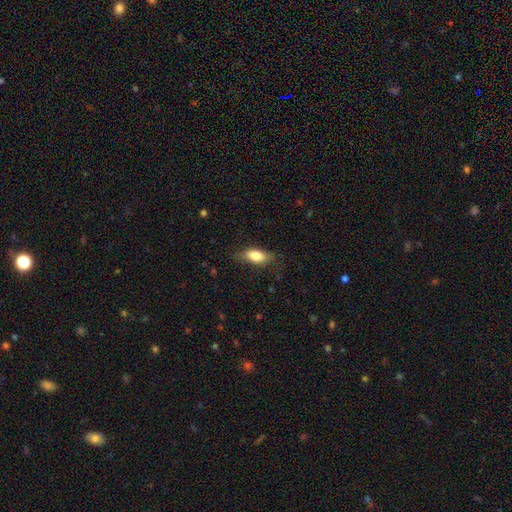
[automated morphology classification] Smooth or featured? smooth (78%)
How rounded? in between (79%)
Merging? none (73%)